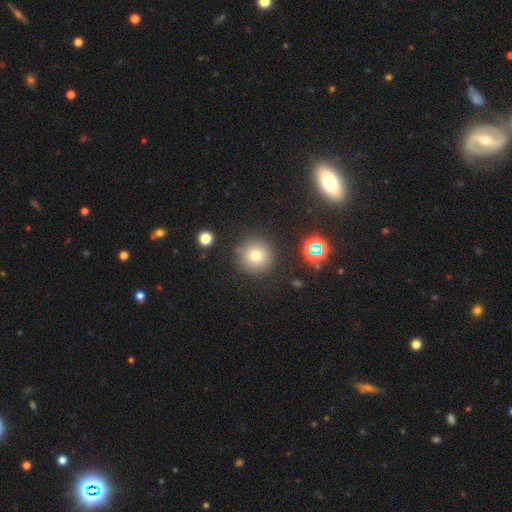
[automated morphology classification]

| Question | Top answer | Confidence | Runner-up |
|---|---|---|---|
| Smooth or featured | smooth | 75% | star or artifact (15%) |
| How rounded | round | 95% | in between (4%) |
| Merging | none | 87% | minor disturbance (8%) |